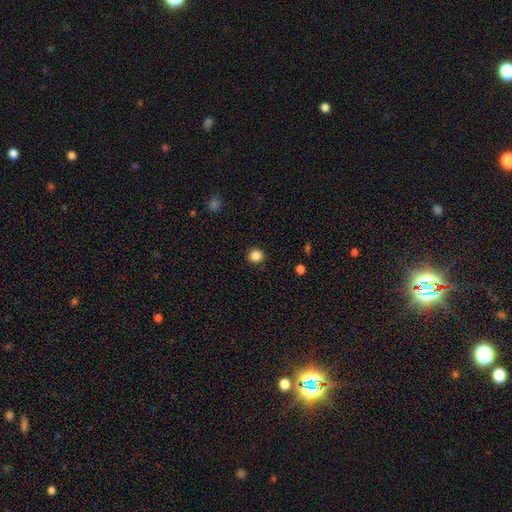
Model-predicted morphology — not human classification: Q: Smooth or featured?
A: smooth (85%); runner-up: star or artifact (11%)
Q: How rounded?
A: round (92%); runner-up: in between (7%)
Q: Merging?
A: none (91%); runner-up: minor disturbance (6%)